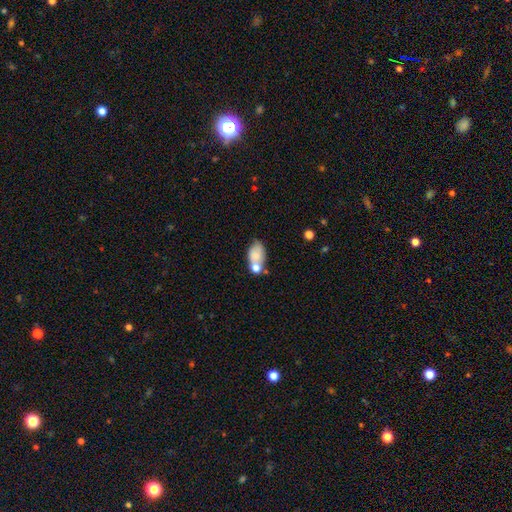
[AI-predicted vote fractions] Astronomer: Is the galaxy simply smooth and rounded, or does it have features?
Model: smooth — 76%.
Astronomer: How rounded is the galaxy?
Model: in between — 89%.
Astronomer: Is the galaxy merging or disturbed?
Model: none — 39% (runner-up: merger, 34%).